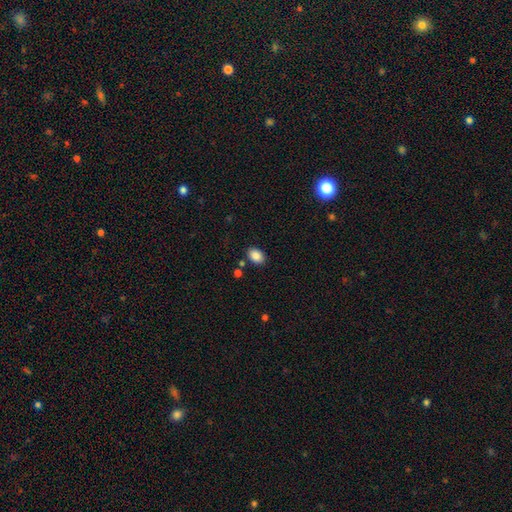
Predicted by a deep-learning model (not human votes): Smooth or featured? smooth (87%)
How rounded? in between (77%)
Merging? none (84%)